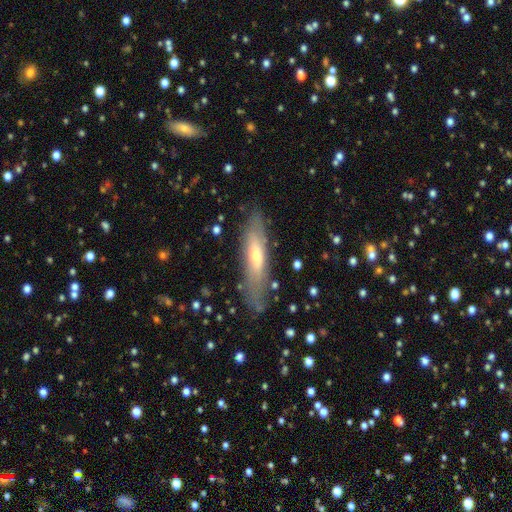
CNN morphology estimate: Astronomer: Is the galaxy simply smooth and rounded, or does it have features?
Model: featured or disk — 48% (runner-up: smooth, 46%).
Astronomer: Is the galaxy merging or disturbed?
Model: none — 75%.